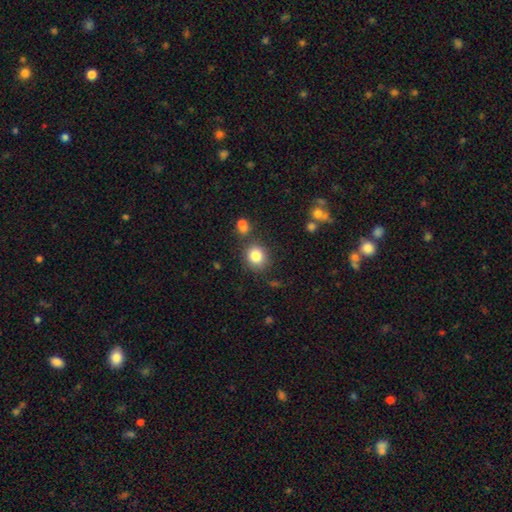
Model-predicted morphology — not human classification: Q: Smooth or featured?
A: smooth (83%); runner-up: star or artifact (10%)
Q: How rounded?
A: round (78%); runner-up: in between (22%)
Q: Merging?
A: none (79%); runner-up: minor disturbance (11%)